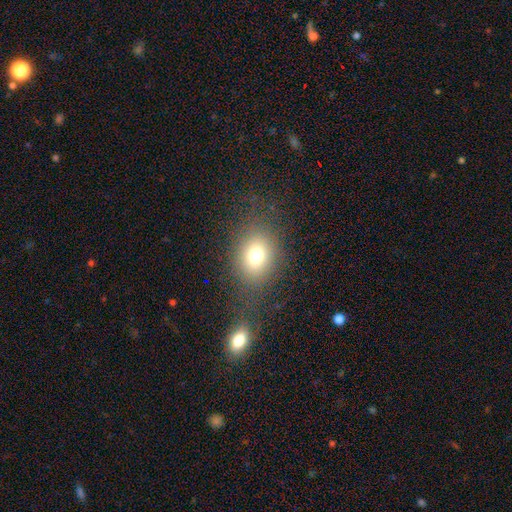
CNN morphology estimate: A smooth galaxy with no disk features (73%) that is in between round and cigar-shaped (53%). Merging: none (73%).